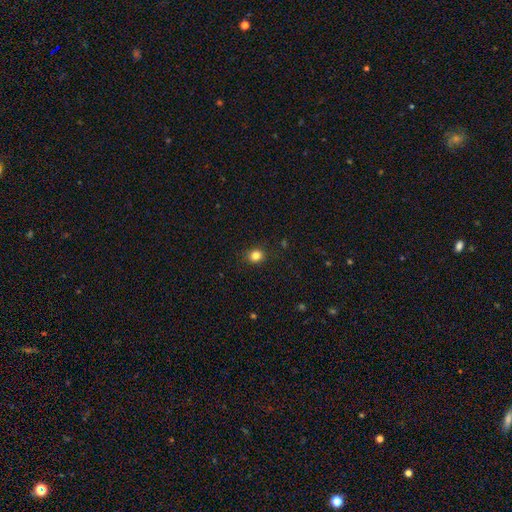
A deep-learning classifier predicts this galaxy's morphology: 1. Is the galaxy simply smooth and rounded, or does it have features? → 83% smooth, 12% star or artifact, 5% featured or disk.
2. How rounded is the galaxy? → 77% round, 22% in between, 1% cigar-shaped.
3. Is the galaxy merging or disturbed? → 90% none, 7% minor disturbance, 2% major disturbance, 1% merger.